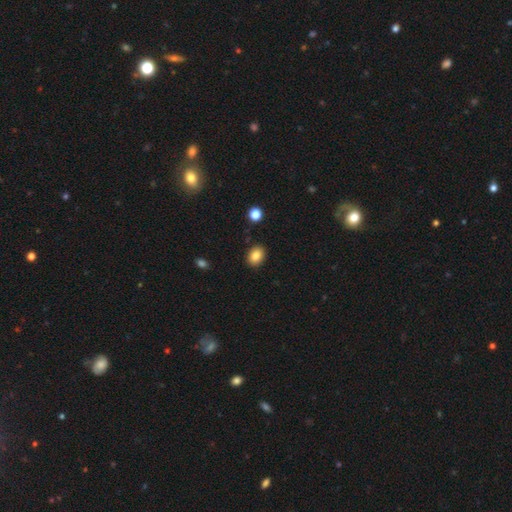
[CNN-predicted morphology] Smooth or featured: smooth — 85% (star or artifact — 9%)
How rounded: in between — 63% (round — 36%)
Merging: none — 88% (minor disturbance — 8%)